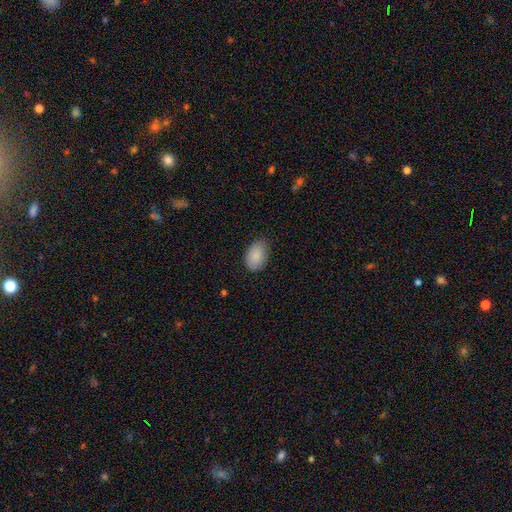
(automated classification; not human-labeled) smooth_or_featured: smooth (p=0.88) [alt: star or artifact p=0.06]
how_rounded: in between (p=0.89) [alt: round p=0.10]
merging: none (p=0.78) [alt: minor disturbance p=0.18]